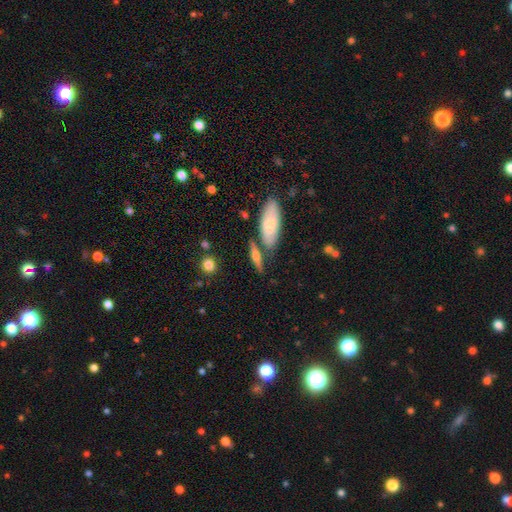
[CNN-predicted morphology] Smooth or featured? Predicted: smooth (p=0.48). Merging? Predicted: none (p=0.68).